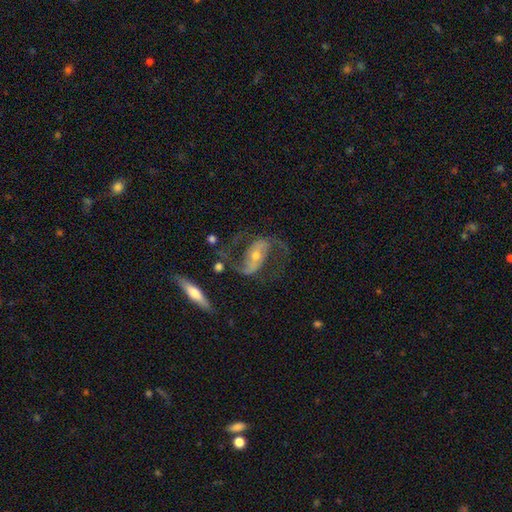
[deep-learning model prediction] Q: Smooth or featured?
A: featured or disk (88%); runner-up: smooth (6%)
Q: Edge-on disk?
A: no (93%); runner-up: yes (7%)
Q: Bar?
A: strong (46%); runner-up: weak (31%)
Q: Spiral arms?
A: yes (95%); runner-up: no (5%)
Q: Spiral winding?
A: loose (45%); tied with: medium (45%)
Q: Spiral arm count?
A: 2 (93%); runner-up: can't tell (2%)
Q: Bulge size?
A: small (48%); runner-up: moderate (45%)
Q: Merging?
A: none (68%); runner-up: major disturbance (14%)